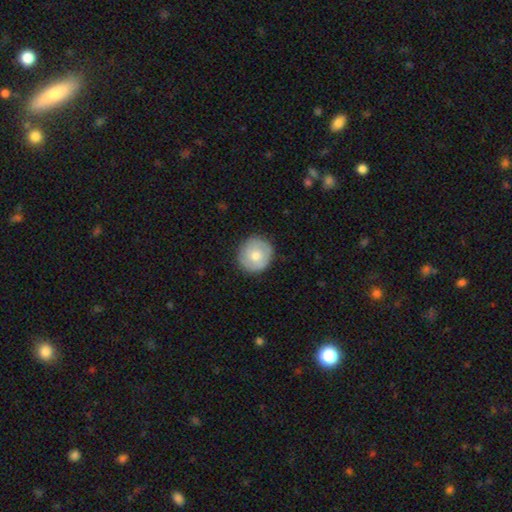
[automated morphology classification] The model was most divided on "smooth or featured": smooth: 64%, featured or disk: 30%, star or artifact: 6%. More confident: how rounded — round (93%); merging — none (87%).